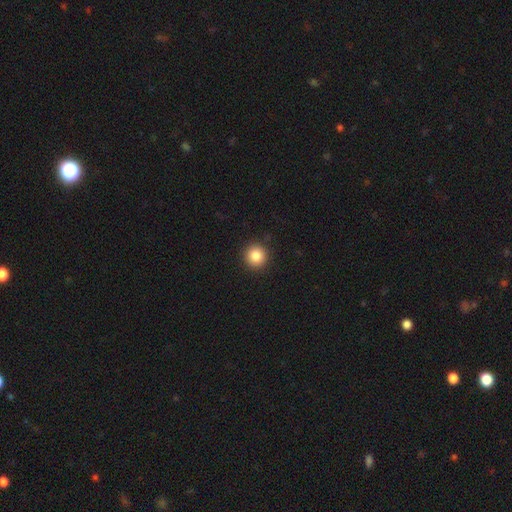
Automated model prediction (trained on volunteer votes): A smooth galaxy with no disk features (84%) that is round (95%).

Vote fractions:
- Smooth or featured? smooth: 84% / star or artifact: 10% / featured or disk: 5%
- How rounded? round: 95% / in between: 5% / cigar-shaped: 1%
- Merging? none: 92% / minor disturbance: 5% / major disturbance: 2% / merger: 1%